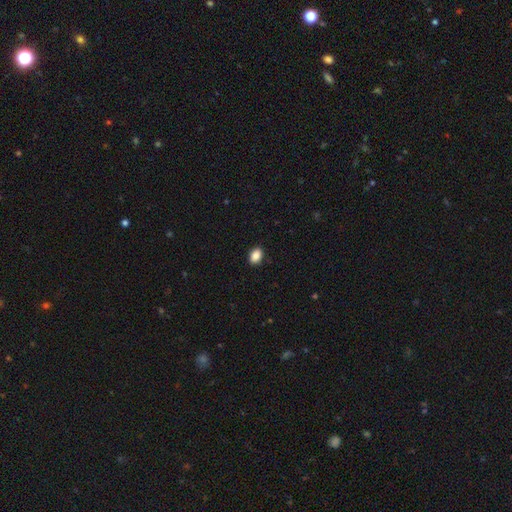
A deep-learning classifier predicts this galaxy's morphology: This is clearly a smooth galaxy (89%). How rounded: clearly in between (81%). Merging: clearly none (90%).